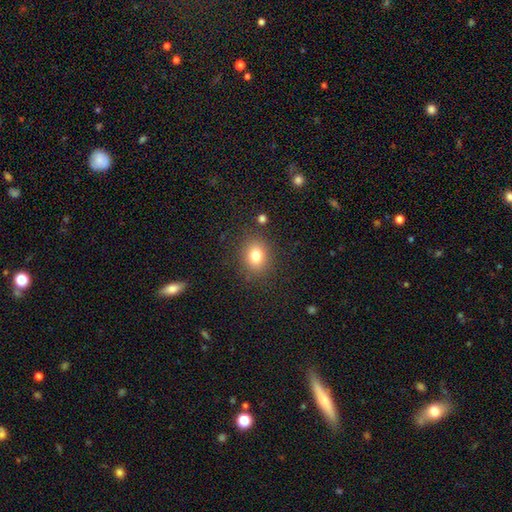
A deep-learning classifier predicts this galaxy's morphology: smooth 80%, star or artifact 12%, featured or disk 8%. Down the decision tree: how rounded — round (58%); merging — none (85%).